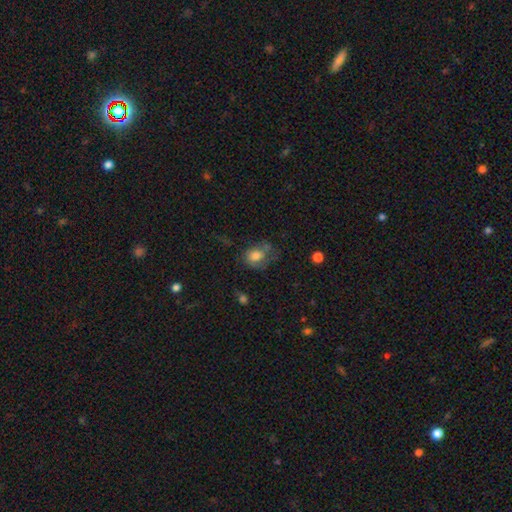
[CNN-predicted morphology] Overall: smooth (69%). How rounded: in between (59%; round 39%). Merging: none (40%; minor disturbance 29%).